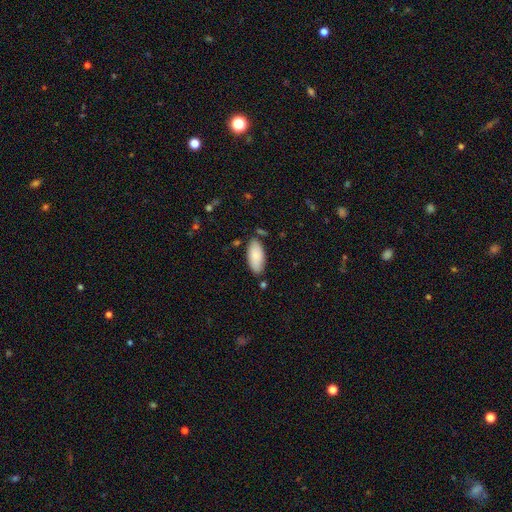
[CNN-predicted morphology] smooth-or-featured: smooth: 86% | featured or disk: 8% | star or artifact: 6%
  how-rounded: in between: 91% | cigar-shaped: 7% | round: 2%
  merging: none: 79% | minor disturbance: 14% | merger: 4% | major disturbance: 3%